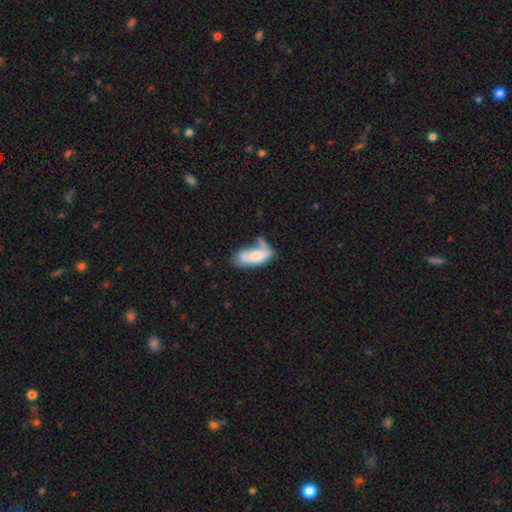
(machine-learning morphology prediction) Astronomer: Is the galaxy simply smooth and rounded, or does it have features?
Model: smooth — 62%.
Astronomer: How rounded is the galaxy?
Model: in between — 83%.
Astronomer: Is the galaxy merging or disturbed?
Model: merger — 33% (runner-up: none, 26%).